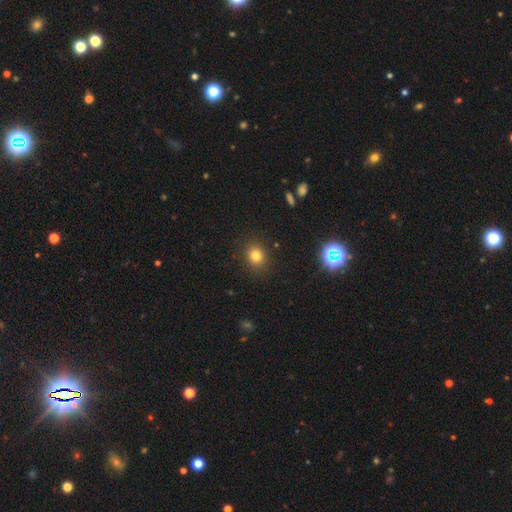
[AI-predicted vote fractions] smooth_or_featured: smooth (p=0.78) [alt: star or artifact p=0.15]
how_rounded: round (p=0.76) [alt: in between p=0.23]
merging: none (p=0.88) [alt: minor disturbance p=0.08]